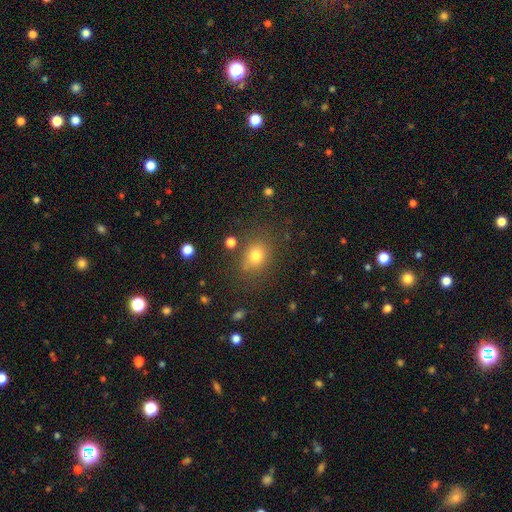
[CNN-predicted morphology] Smooth or featured?
  - smooth: 76% *
  - star or artifact: 15%
  - featured or disk: 10%
How rounded?
  - round: 57% *
  - in between: 42%
  - cigar-shaped: 1%
Merging?
  - none: 76% *
  - minor disturbance: 14%
  - major disturbance: 6%
  - merger: 4%